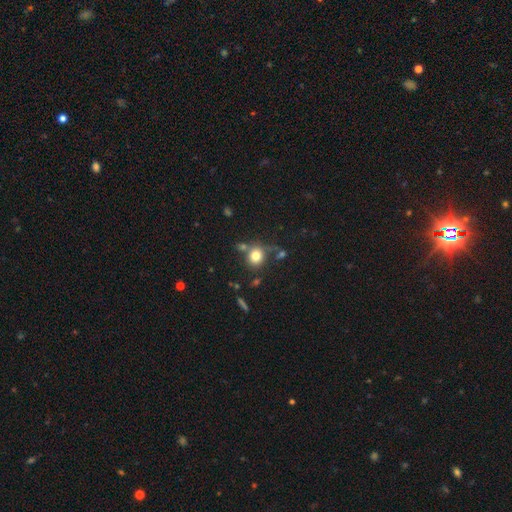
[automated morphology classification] smooth-or-featured: smooth: 78% | star or artifact: 12% | featured or disk: 9%
  how-rounded: round: 77% | in between: 22% | cigar-shaped: 1%
  merging: none: 67% | merger: 15% | minor disturbance: 13% | major disturbance: 6%